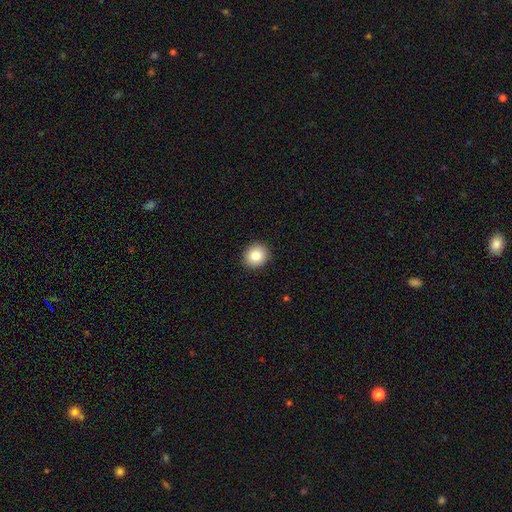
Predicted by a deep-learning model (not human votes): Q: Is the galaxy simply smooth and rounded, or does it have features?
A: smooth — 82%.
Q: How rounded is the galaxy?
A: round — 87%.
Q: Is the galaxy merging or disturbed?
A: none — 92%.